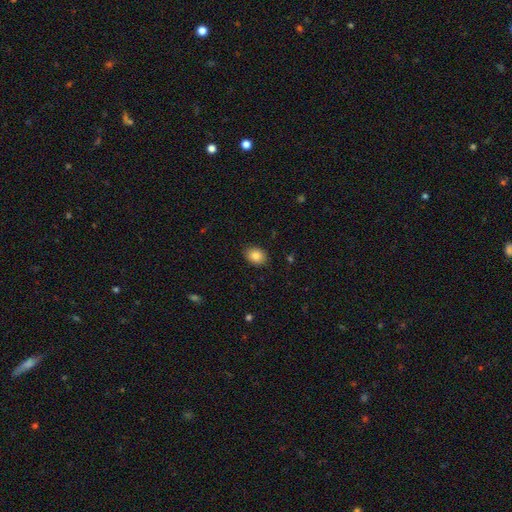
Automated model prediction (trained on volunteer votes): A smooth galaxy with no disk features (85%) that is in between round and cigar-shaped (68%).

Vote fractions:
- Smooth or featured? smooth: 85% / star or artifact: 9% / featured or disk: 6%
- How rounded? in between: 68% / round: 31% / cigar-shaped: 1%
- Merging? none: 87% / minor disturbance: 10% / major disturbance: 2% / merger: 1%